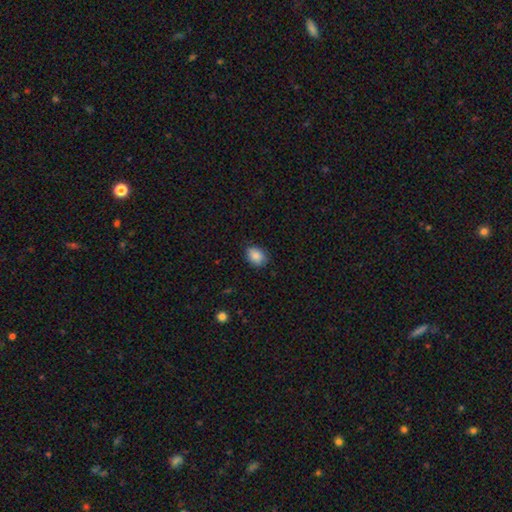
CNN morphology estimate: Smooth or featured?
  - smooth: 87% *
  - star or artifact: 8%
  - featured or disk: 5%
How rounded?
  - in between: 65% *
  - round: 34%
  - cigar-shaped: 1%
Merging?
  - none: 80% *
  - minor disturbance: 16%
  - major disturbance: 3%
  - merger: 1%